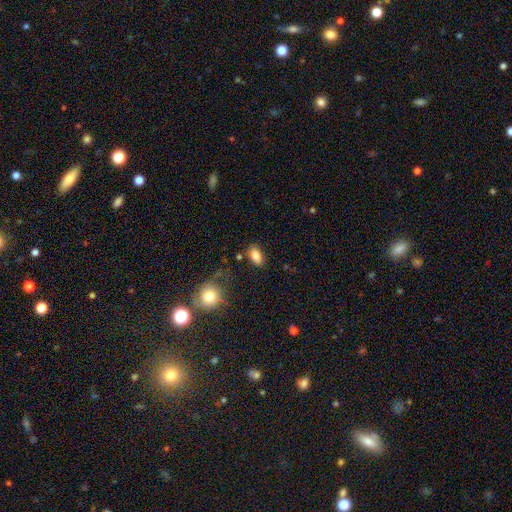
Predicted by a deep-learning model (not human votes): smooth 84%, star or artifact 8%, featured or disk 8%. Down the decision tree: how rounded — in between (90%); merging — none (81%).